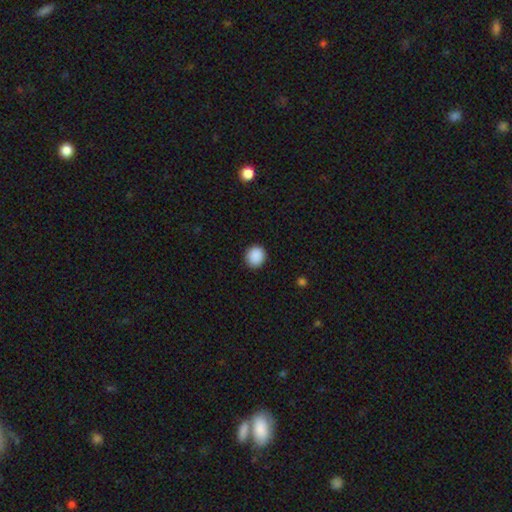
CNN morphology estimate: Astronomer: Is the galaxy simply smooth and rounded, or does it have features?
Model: smooth — 89%.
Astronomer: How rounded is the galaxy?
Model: round — 82%.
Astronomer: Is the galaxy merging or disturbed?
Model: none — 90%.